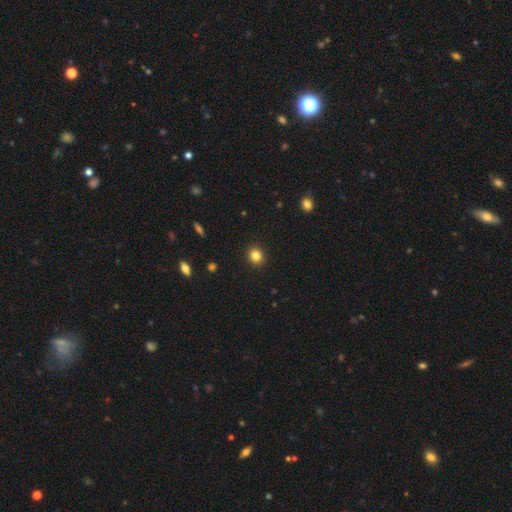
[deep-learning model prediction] Overall: smooth (83%). How rounded: round (84%). Merging: none (92%).